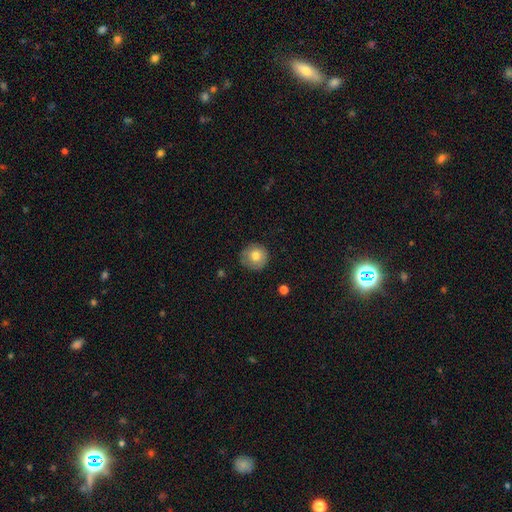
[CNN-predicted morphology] type=smooth (78%); roundness=round (94%); merging=none (84%).